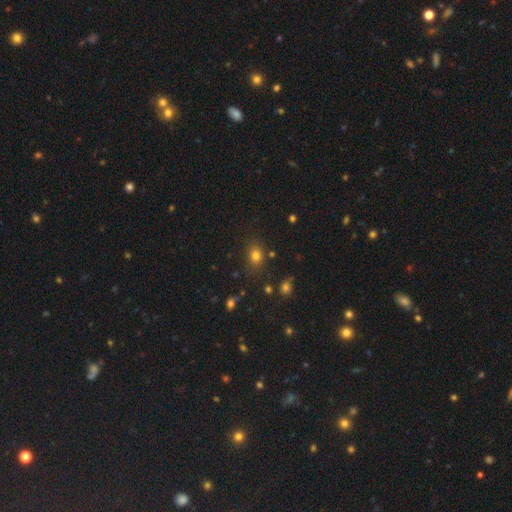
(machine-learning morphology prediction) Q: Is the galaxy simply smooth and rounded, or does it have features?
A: smooth — 77%.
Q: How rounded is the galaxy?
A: in between — 51%.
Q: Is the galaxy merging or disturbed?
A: none — 78%.